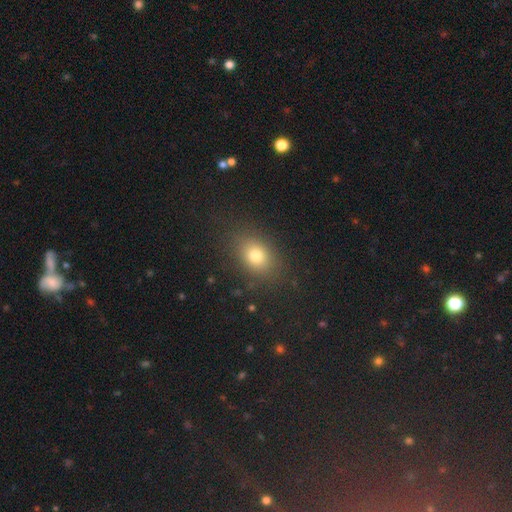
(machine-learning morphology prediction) Smooth or featured: smooth — 77% (star or artifact — 14%)
How rounded: in between — 61% (round — 37%)
Merging: none — 83% (minor disturbance — 11%)